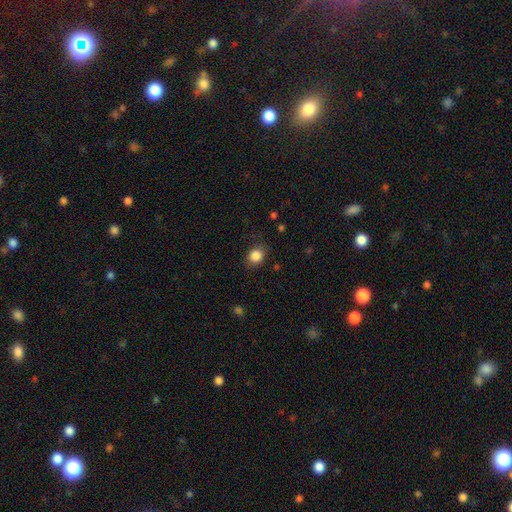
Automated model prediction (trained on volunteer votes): Q: Smooth or featured?
A: smooth (86%); runner-up: star or artifact (10%)
Q: How rounded?
A: round (64%); runner-up: in between (35%)
Q: Merging?
A: none (81%); runner-up: minor disturbance (14%)